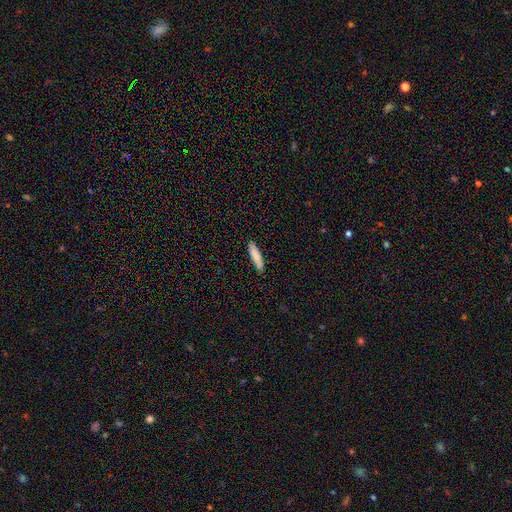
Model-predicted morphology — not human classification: The model was most divided on "how rounded": cigar-shaped: 82%, in between: 16%, round: 1%. More confident: merging — none (90%); smooth or featured — smooth (85%).